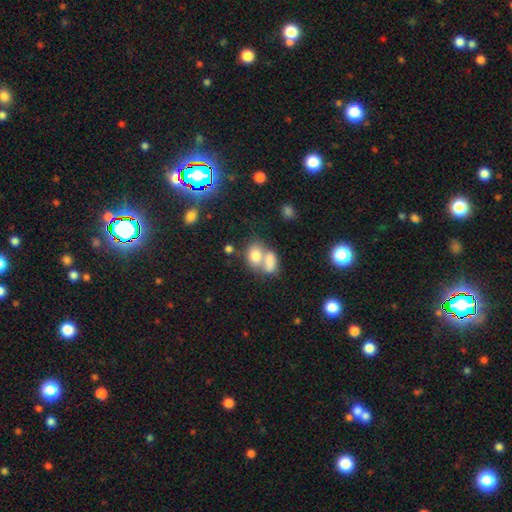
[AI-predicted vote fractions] Smooth or featured: smooth — 76% (featured or disk — 14%)
How rounded: in between — 78% (round — 20%)
Merging: merger — 62% (none — 25%)